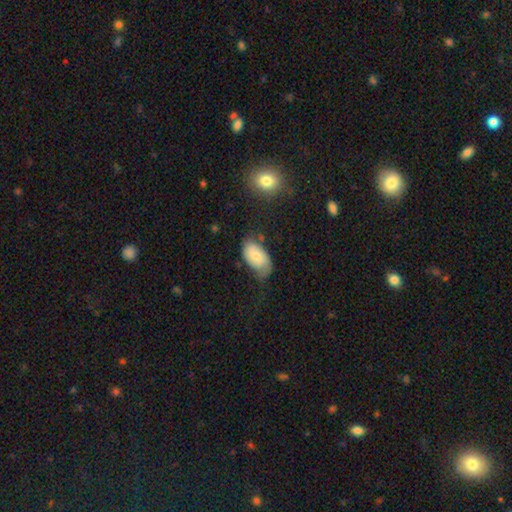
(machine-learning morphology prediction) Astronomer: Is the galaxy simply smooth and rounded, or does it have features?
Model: smooth — 48% (runner-up: featured or disk, 44%).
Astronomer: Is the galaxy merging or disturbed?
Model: none — 51% (runner-up: minor disturbance, 32%).